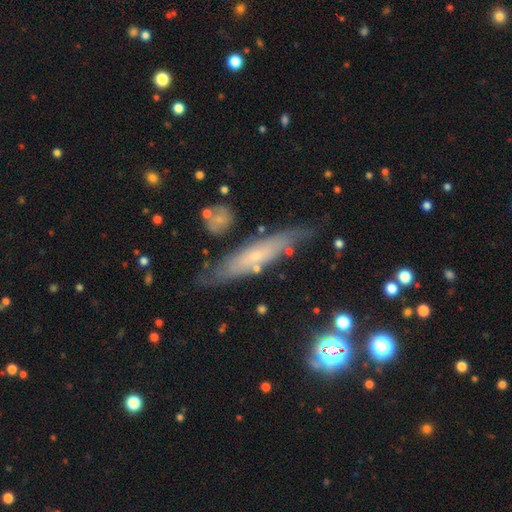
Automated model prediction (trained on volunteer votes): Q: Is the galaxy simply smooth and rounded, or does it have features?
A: featured or disk — 59%.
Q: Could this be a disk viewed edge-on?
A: yes — 56%.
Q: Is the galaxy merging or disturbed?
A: none — 73%.